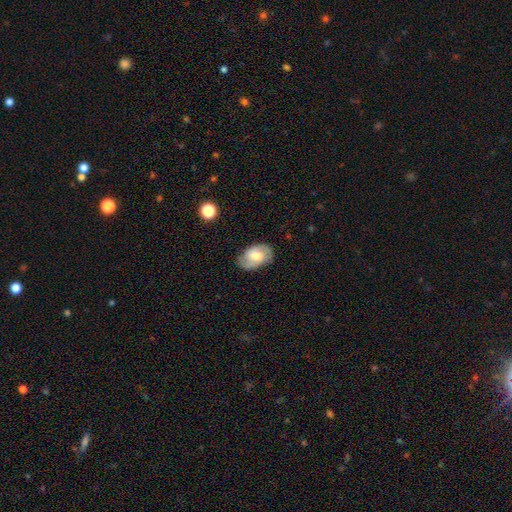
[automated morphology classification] type=featured or disk (52%); edge-on=no (95%); merging=none (76%).